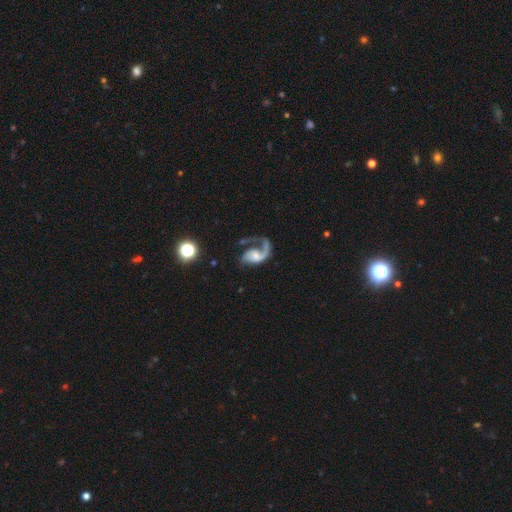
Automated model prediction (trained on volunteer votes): The model was most divided on "merging": major disturbance: 46%, none: 34%, minor disturbance: 15%, merger: 6%. Remaining: edge-on disk — no (98%); spiral arms — yes (92%); smooth or featured — featured or disk (81%); spiral arm count — 1 (71%); bar — no (60%); spiral winding — loose (53%); bulge size — small (42%).